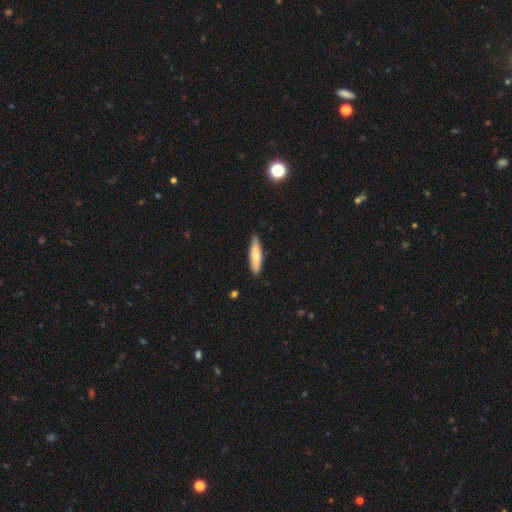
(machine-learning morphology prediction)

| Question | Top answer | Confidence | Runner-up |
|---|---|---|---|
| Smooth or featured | smooth | 73% | featured or disk (22%) |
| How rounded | cigar-shaped | 75% | in between (24%) |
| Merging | none | 84% | minor disturbance (13%) |